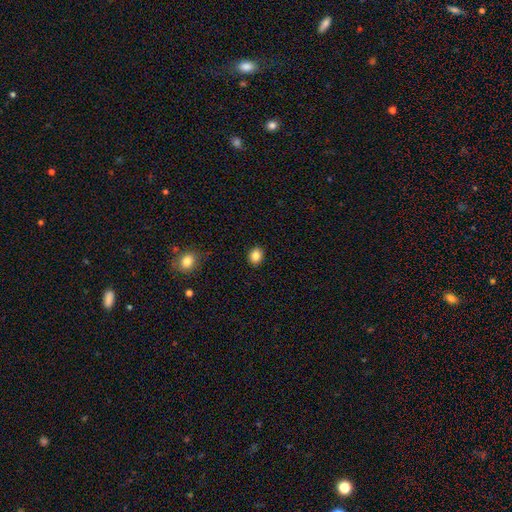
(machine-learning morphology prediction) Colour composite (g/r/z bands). It shows a smooth galaxy with no disk features (85%) that is round (59%). Merging: none (90%).